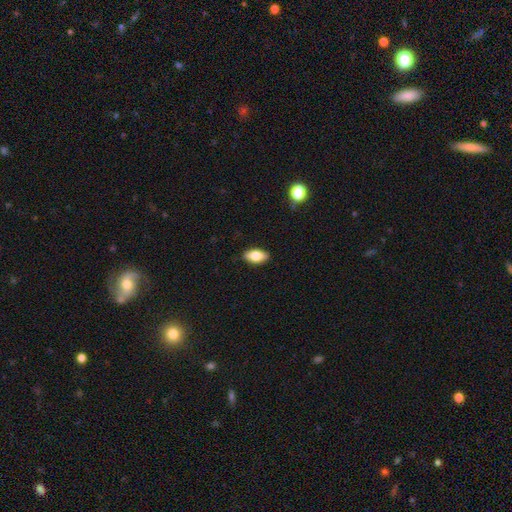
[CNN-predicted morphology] Q: Smooth or featured?
A: smooth (80%); runner-up: featured or disk (13%)
Q: How rounded?
A: in between (90%); runner-up: cigar-shaped (6%)
Q: Merging?
A: none (89%); runner-up: minor disturbance (9%)